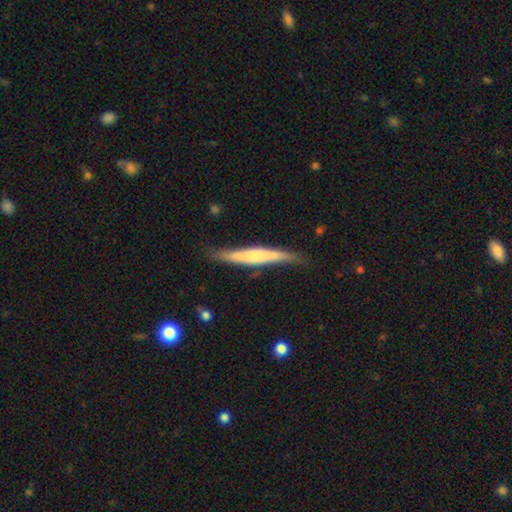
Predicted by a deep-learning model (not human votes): Smooth or featured: featured or disk — 50% (smooth — 45%)
Merging: none — 79% (minor disturbance — 16%)